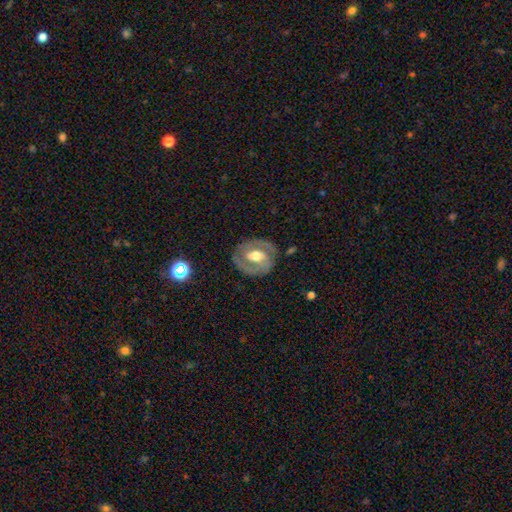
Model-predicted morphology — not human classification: featured or disk 76%, smooth 18%, star or artifact 5%. Down the decision tree: edge-on disk — no (96%); bar — weak (42%); spiral arms — yes (78%); spiral arm count — 2 (83%); spiral winding — tight (49%); bulge size — moderate (66%); merging — none (79%).